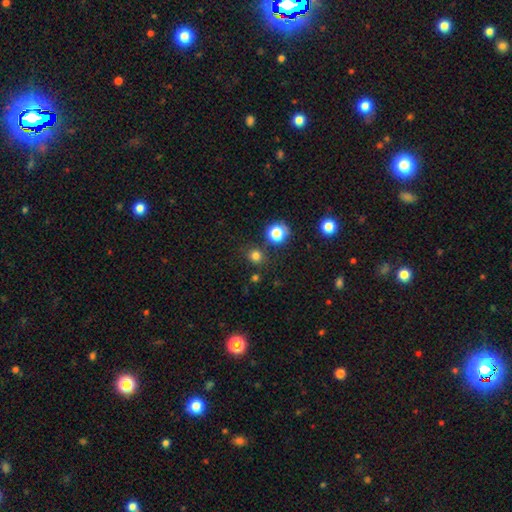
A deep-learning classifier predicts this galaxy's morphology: Overall: smooth (75%). How rounded: round (89%). Merging: none (82%).